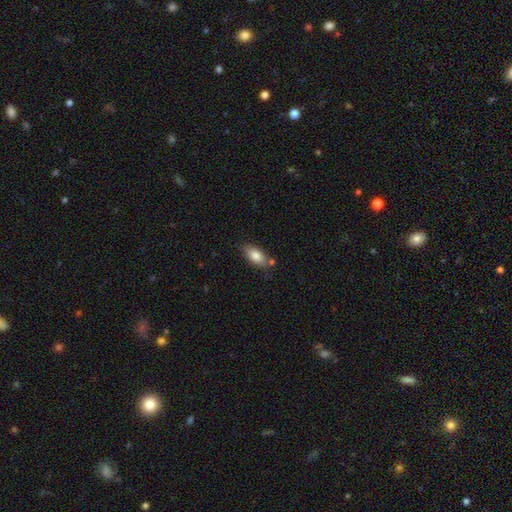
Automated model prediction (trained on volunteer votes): Smooth or featured: smooth — 82% (featured or disk — 11%)
How rounded: in between — 89% (cigar-shaped — 8%)
Merging: none — 72% (minor disturbance — 16%)